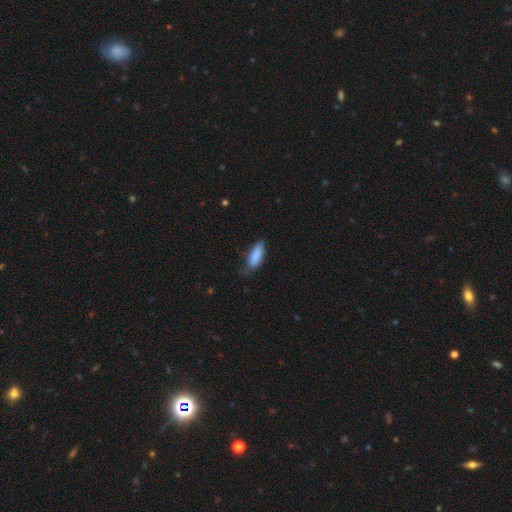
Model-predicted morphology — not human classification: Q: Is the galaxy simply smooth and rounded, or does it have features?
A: smooth — 87%.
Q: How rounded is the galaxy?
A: in between — 70%.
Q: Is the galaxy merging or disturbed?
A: none — 56%.